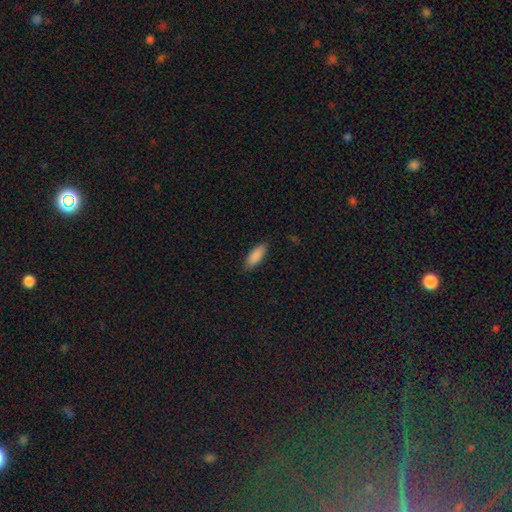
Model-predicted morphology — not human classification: Overall: smooth (89%). How rounded: in between (75%). Merging: none (86%).